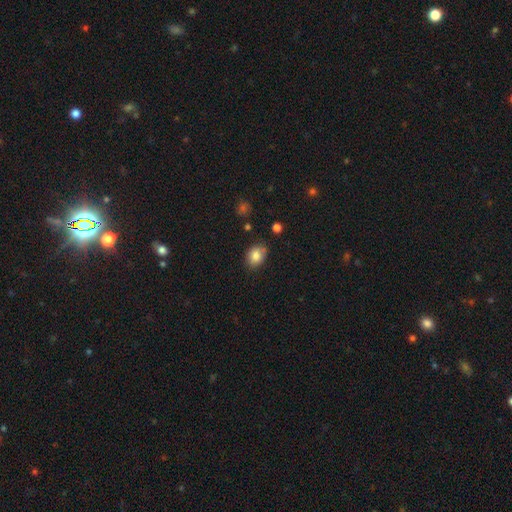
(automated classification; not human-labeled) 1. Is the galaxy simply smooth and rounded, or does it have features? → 83% smooth, 9% star or artifact, 8% featured or disk.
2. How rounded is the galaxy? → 58% in between, 41% round, 1% cigar-shaped.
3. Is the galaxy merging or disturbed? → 77% none, 17% minor disturbance, 3% merger, 3% major disturbance.